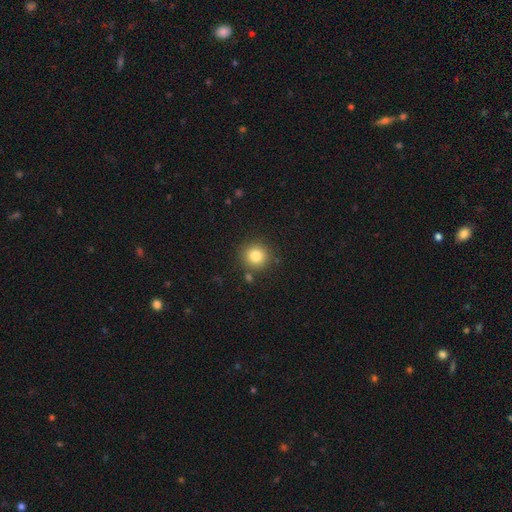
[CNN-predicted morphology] The model was most divided on "smooth or featured": smooth: 82%, star or artifact: 11%, featured or disk: 7%. More confident: how rounded — round (92%); merging — none (85%).